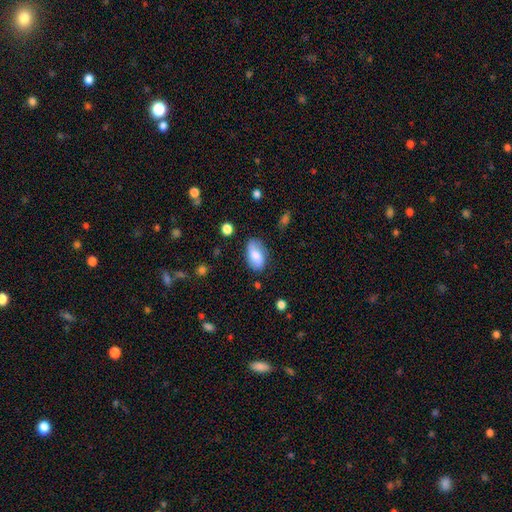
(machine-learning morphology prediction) This is likely a smooth galaxy (66%). How rounded: clearly in between (92%). Merging: likely none (73%).